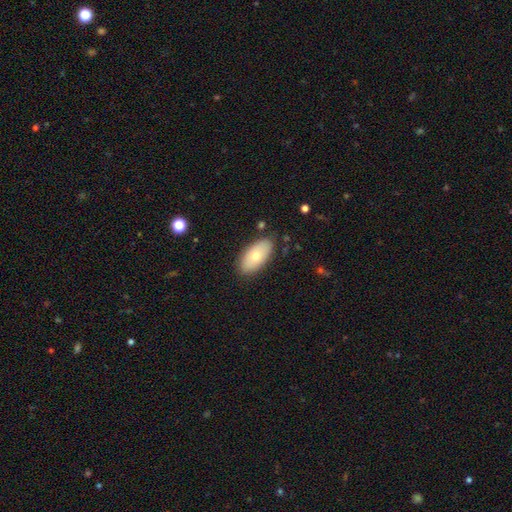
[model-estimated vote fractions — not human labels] Q: Smooth or featured?
A: smooth (71%); runner-up: featured or disk (23%)
Q: How rounded?
A: in between (93%); runner-up: cigar-shaped (4%)
Q: Merging?
A: none (84%); runner-up: minor disturbance (11%)